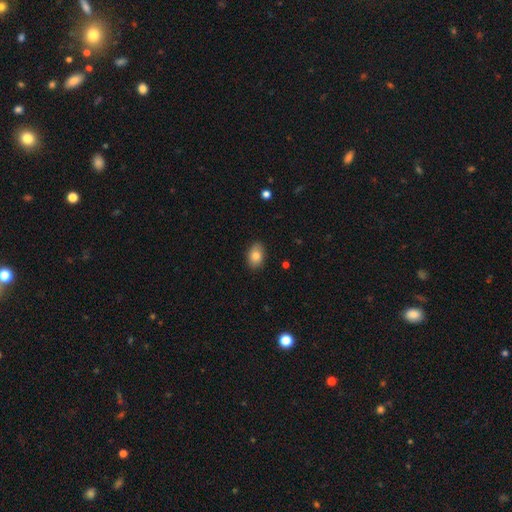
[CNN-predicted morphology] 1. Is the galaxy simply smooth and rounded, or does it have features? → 83% smooth, 9% featured or disk, 8% star or artifact.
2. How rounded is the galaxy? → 83% in between, 16% round, 1% cigar-shaped.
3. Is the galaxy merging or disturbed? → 87% none, 10% minor disturbance, 2% major disturbance, 1% merger.